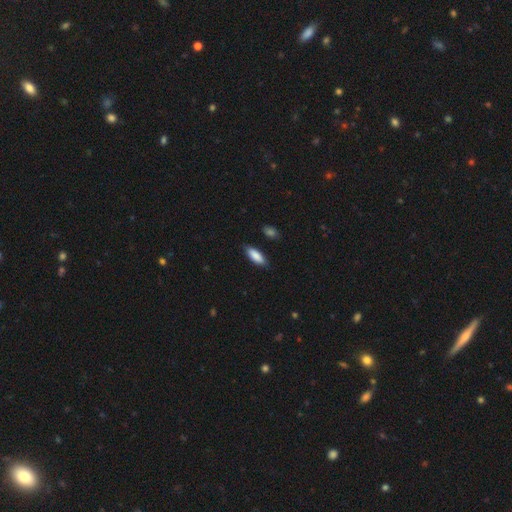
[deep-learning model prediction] smooth-or-featured: smooth: 87% | featured or disk: 7% | star or artifact: 6%
  how-rounded: in between: 69% | cigar-shaped: 29% | round: 2%
  merging: none: 84% | minor disturbance: 12% | major disturbance: 2% | merger: 2%